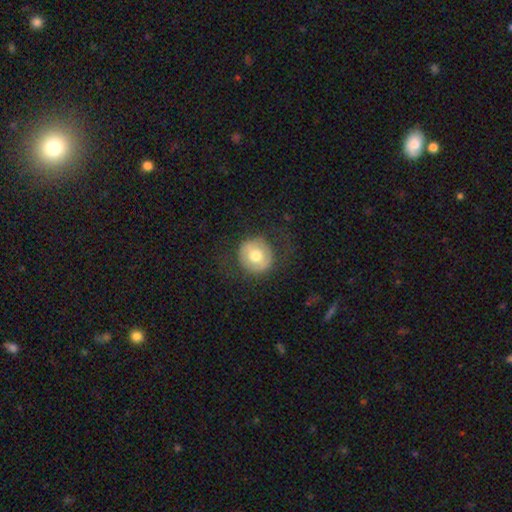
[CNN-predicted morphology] smooth 61%, featured or disk 32%, star or artifact 7%. Down the decision tree: how rounded — round (92%); merging — none (75%).